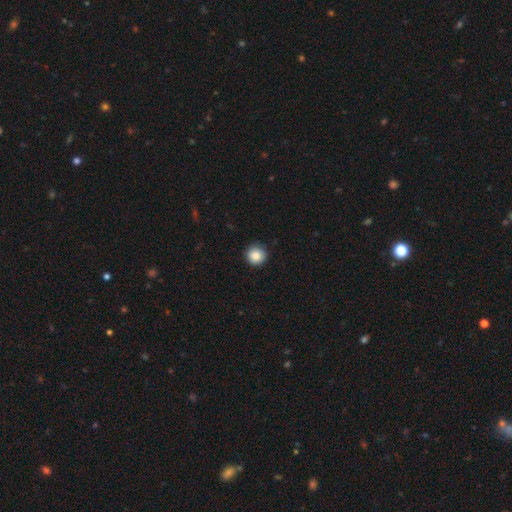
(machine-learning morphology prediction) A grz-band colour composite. It shows a smooth galaxy with no disk features (87%) that is round (95%). Merging: none (88%).